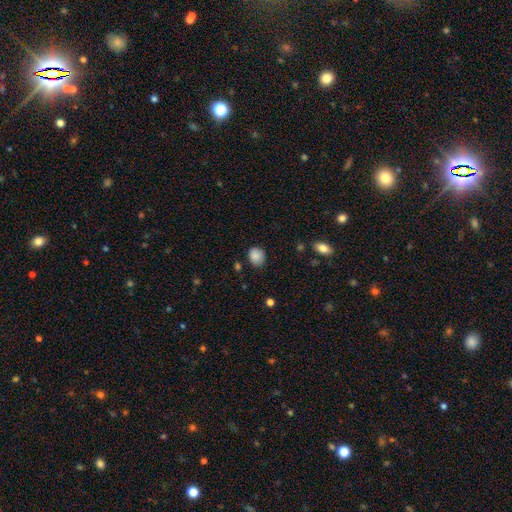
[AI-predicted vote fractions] A smooth galaxy with no disk features (87%) that is round (64%). Merging: none (76%).